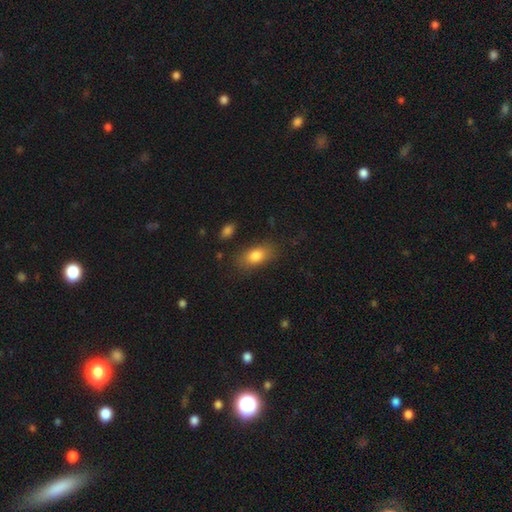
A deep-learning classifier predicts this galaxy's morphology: Smooth or featured?
  - smooth: 82% *
  - featured or disk: 10%
  - star or artifact: 8%
How rounded?
  - in between: 85% *
  - round: 9%
  - cigar-shaped: 6%
Merging?
  - none: 78% *
  - minor disturbance: 15%
  - major disturbance: 5%
  - merger: 2%